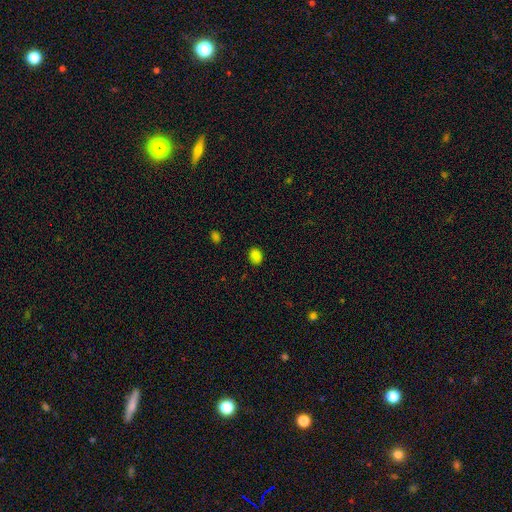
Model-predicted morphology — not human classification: smooth 83%, star or artifact 13%, featured or disk 3%. Down the decision tree: how rounded — in between (66%); merging — none (85%).